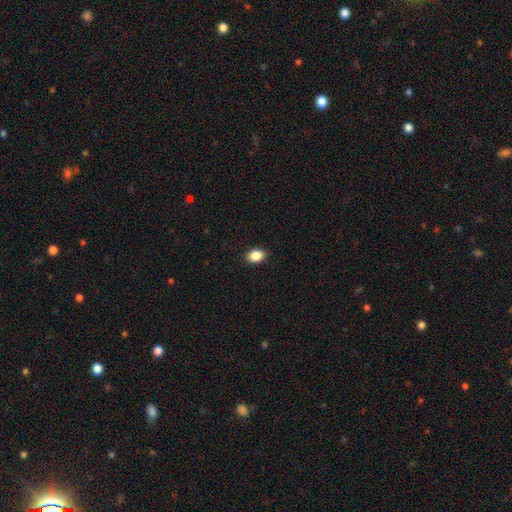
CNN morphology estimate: This appears to be a smooth galaxy with no disk features (87%) that is in between round and cigar-shaped (75%). Merging: none (89%).